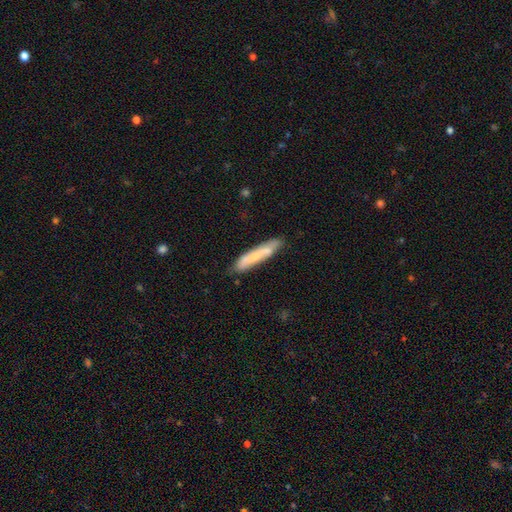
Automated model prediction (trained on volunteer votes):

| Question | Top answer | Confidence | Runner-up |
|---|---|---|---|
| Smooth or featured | smooth | 61% | featured or disk (33%) |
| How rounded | cigar-shaped | 91% | in between (8%) |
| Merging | none | 76% | minor disturbance (17%) |